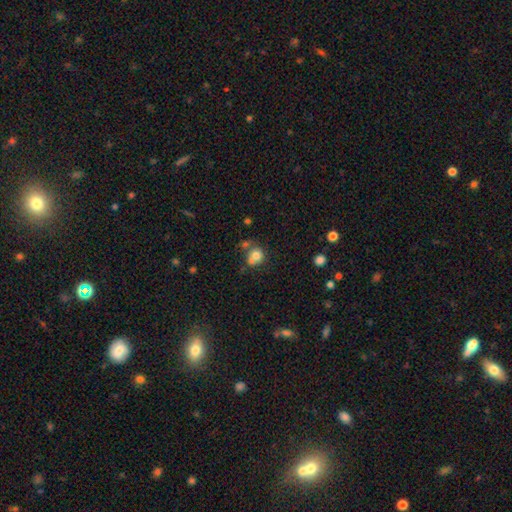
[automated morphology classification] smooth-or-featured: smooth: 76% | featured or disk: 13% | star or artifact: 11%
  how-rounded: round: 81% | in between: 18% | cigar-shaped: 1%
  merging: none: 42% | merger: 39% | minor disturbance: 13% | major disturbance: 6%